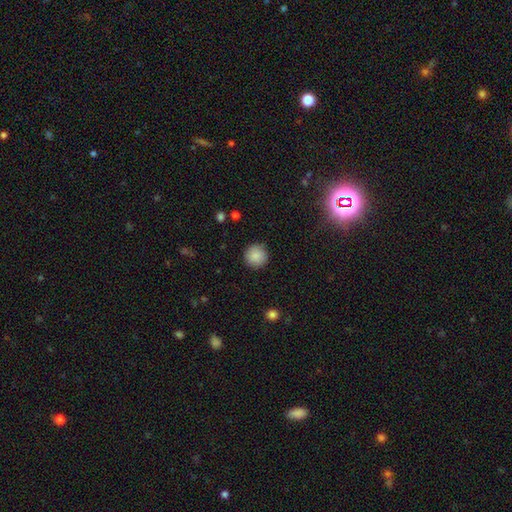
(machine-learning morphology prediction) Smooth or featured: smooth — 88% (star or artifact — 8%)
How rounded: round — 95% (in between — 4%)
Merging: none — 90% (minor disturbance — 7%)